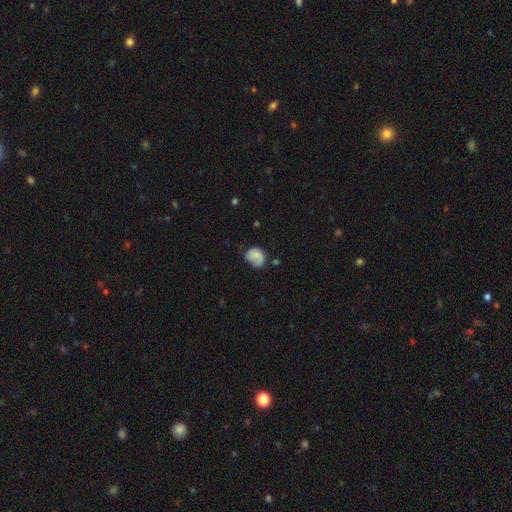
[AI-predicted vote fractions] A smooth galaxy with no disk features (69%) that is round (57%).

Vote fractions:
- Smooth or featured? smooth: 69% / featured or disk: 22% / star or artifact: 9%
- How rounded? round: 57% / in between: 42% / cigar-shaped: 1%
- Merging? none: 46% / minor disturbance: 34% / major disturbance: 17% / merger: 3%